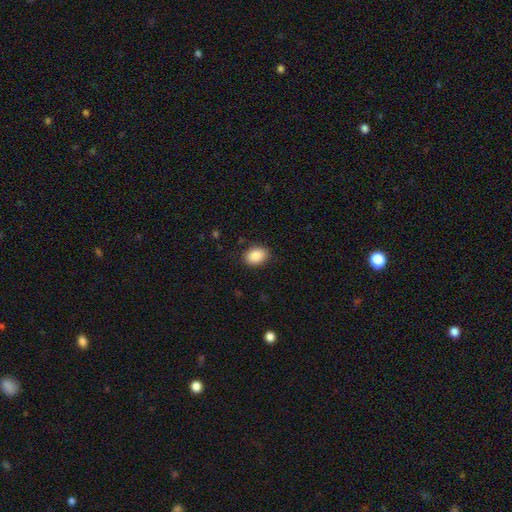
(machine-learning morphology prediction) Smooth or featured: smooth — 89% (star or artifact — 8%)
How rounded: in between — 75% (round — 24%)
Merging: none — 85% (minor disturbance — 11%)